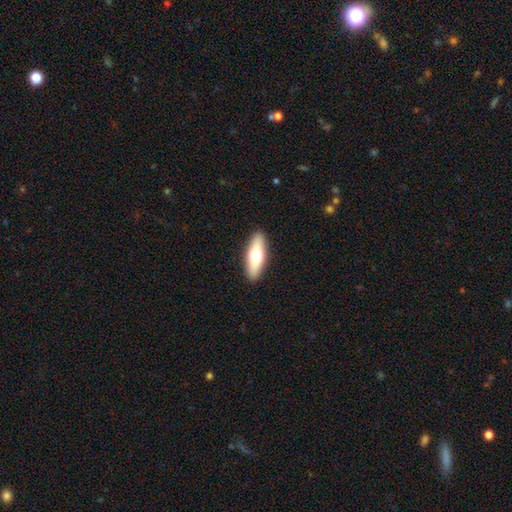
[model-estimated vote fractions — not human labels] Morphology: type=smooth (62%); roundness=in between (51%); merging=none (91%).